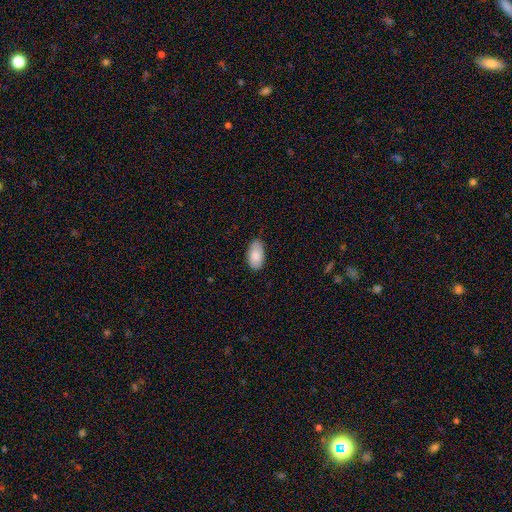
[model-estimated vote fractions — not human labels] Smooth or featured: smooth — 86% (featured or disk — 8%)
How rounded: in between — 95% (round — 3%)
Merging: none — 79% (minor disturbance — 17%)